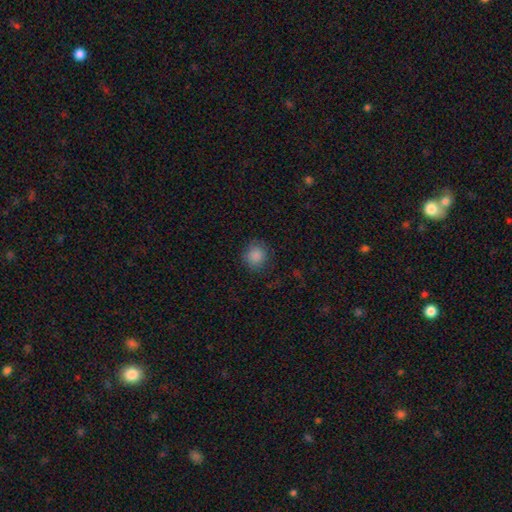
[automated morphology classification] This is clearly a smooth galaxy (87%). How rounded: clearly round (87%). Merging: clearly none (83%).